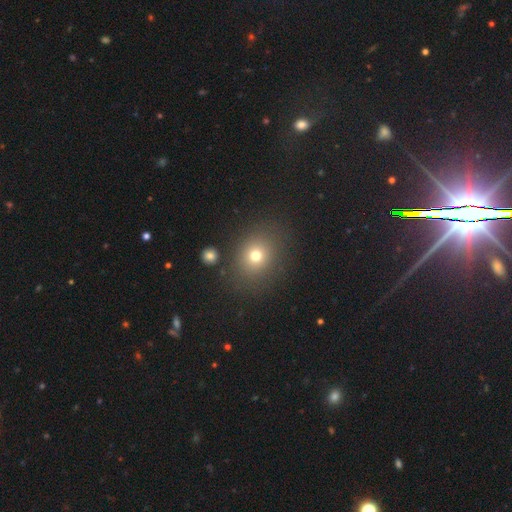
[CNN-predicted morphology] The model was most divided on "how rounded": round: 63%, in between: 36%, cigar-shaped: 1%. More confident: merging — none (82%); smooth or featured — smooth (73%).